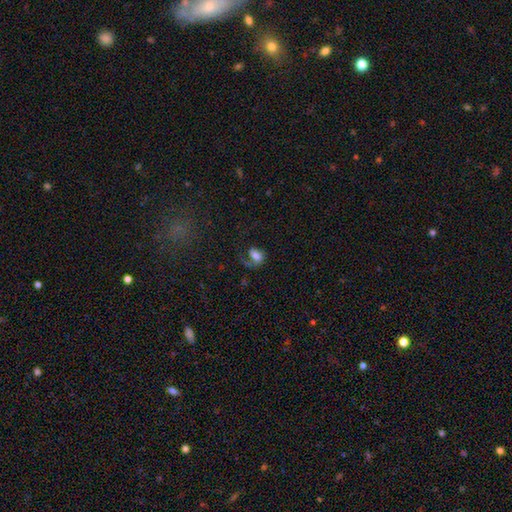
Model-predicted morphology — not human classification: smooth_or_featured: smooth (p=0.46) [alt: featured or disk p=0.42]
merging: major disturbance (p=0.42) [alt: none p=0.36]